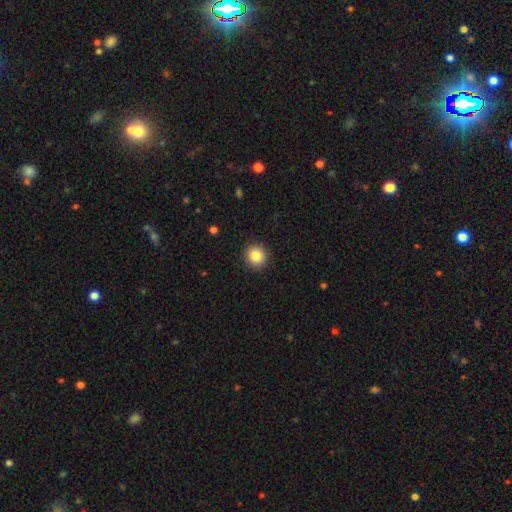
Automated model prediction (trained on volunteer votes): Smooth or featured? Predicted: smooth (p=0.86). How rounded? Predicted: round (p=0.93). Merging? Predicted: none (p=0.92).